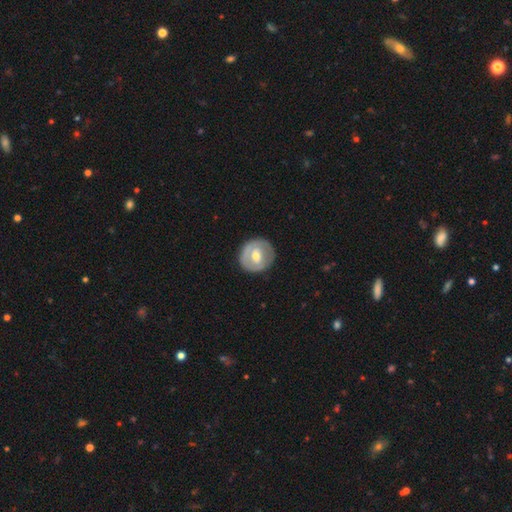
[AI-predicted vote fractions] Q: Smooth or featured?
A: featured or disk (55%); runner-up: smooth (39%)
Q: Edge-on disk?
A: no (96%); runner-up: yes (4%)
Q: Bar?
A: weak (44%); runner-up: no (37%)
Q: Spiral arms?
A: no (65%); runner-up: yes (35%)
Q: Bulge size?
A: moderate (71%); runner-up: small (22%)
Q: Merging?
A: none (83%); runner-up: minor disturbance (12%)